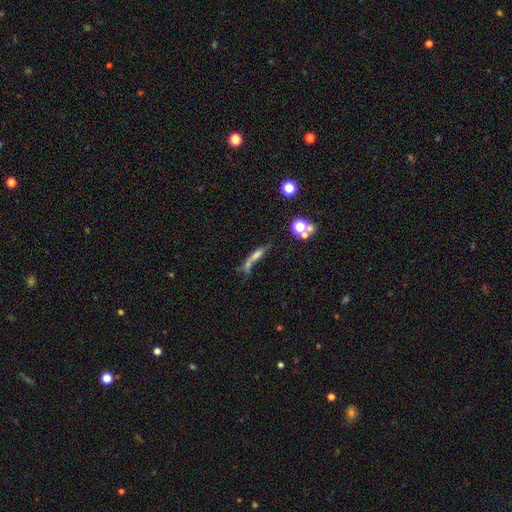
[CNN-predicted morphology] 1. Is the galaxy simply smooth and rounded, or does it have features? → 40% featured or disk, 39% smooth, 20% star or artifact.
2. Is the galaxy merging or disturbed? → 37% none, 30% merger, 18% major disturbance, 16% minor disturbance.